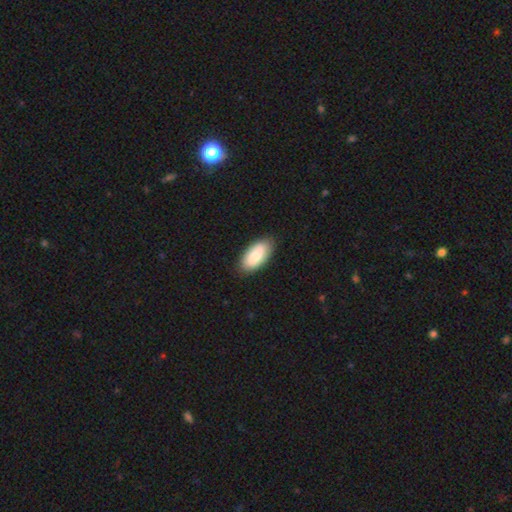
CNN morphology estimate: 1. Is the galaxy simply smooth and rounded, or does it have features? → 78% smooth, 17% featured or disk, 6% star or artifact.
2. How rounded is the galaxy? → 93% in between, 5% cigar-shaped, 2% round.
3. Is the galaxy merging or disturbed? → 86% none, 11% minor disturbance, 2% major disturbance, 1% merger.